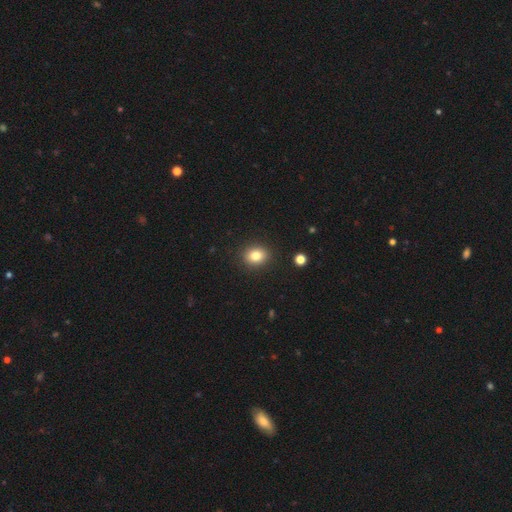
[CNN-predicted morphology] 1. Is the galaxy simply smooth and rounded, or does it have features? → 82% smooth, 11% star or artifact, 7% featured or disk.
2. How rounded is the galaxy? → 54% round, 45% in between, 1% cigar-shaped.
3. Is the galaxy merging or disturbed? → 90% none, 7% minor disturbance, 2% major disturbance, 1% merger.